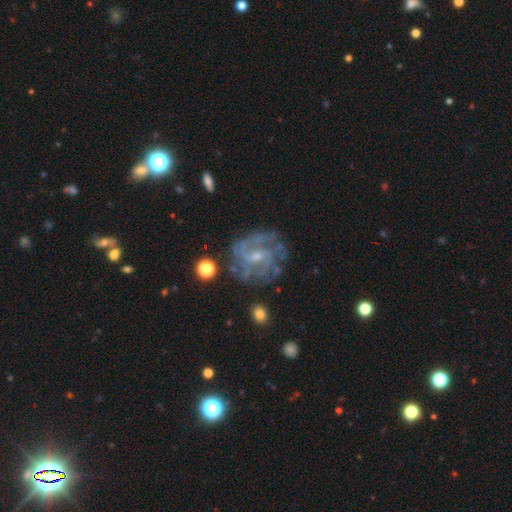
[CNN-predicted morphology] featured or disk 80%, smooth 11%, star or artifact 8%. Down the decision tree: edge-on disk — no (97%); bar — weak (50%); spiral arms — yes (86%); spiral arm count — can't tell (37%); spiral winding — medium (42%); bulge size — small (60%); merging — none (67%).